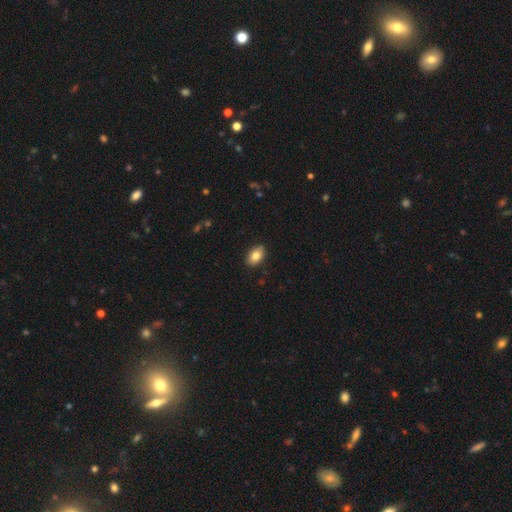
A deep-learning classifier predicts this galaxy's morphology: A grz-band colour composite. It shows a smooth galaxy with no disk features (81%) that is in between round and cigar-shaped (88%). Merging: none (86%).